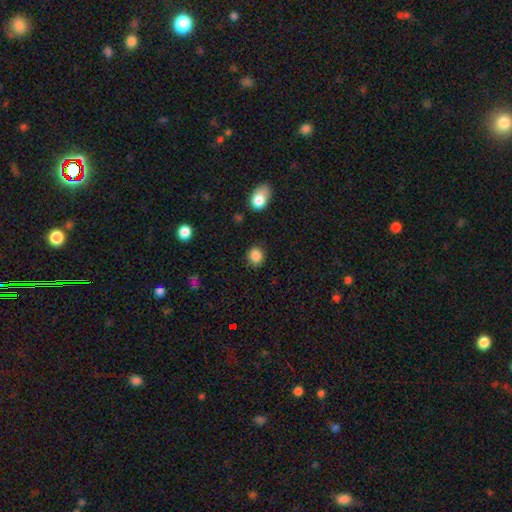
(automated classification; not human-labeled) A smooth galaxy with no disk features (87%) that is round (69%). Merging: none (84%).